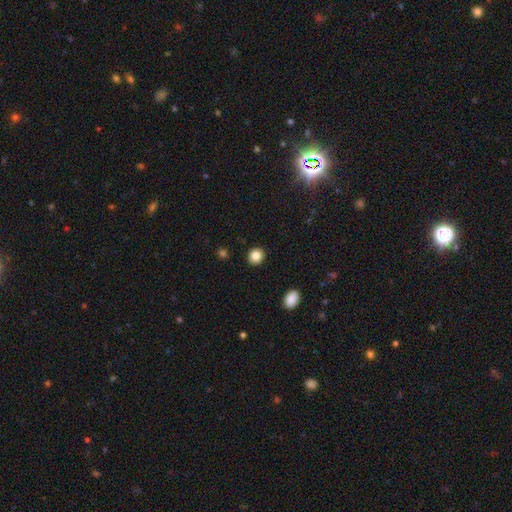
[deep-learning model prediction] Smooth or featured: smooth — 85% (star or artifact — 10%)
How rounded: round — 87% (in between — 12%)
Merging: none — 92% (minor disturbance — 5%)